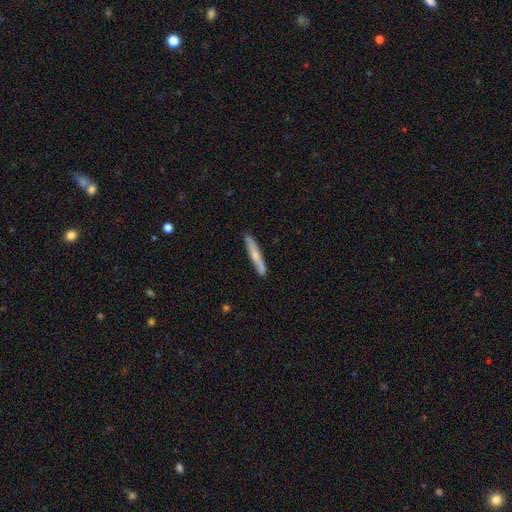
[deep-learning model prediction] smooth-or-featured: smooth: 55% | featured or disk: 40% | star or artifact: 6%
  how-rounded: cigar-shaped: 95% | in between: 4% | round: 1%
  merging: none: 85% | minor disturbance: 11% | merger: 2% | major disturbance: 2%